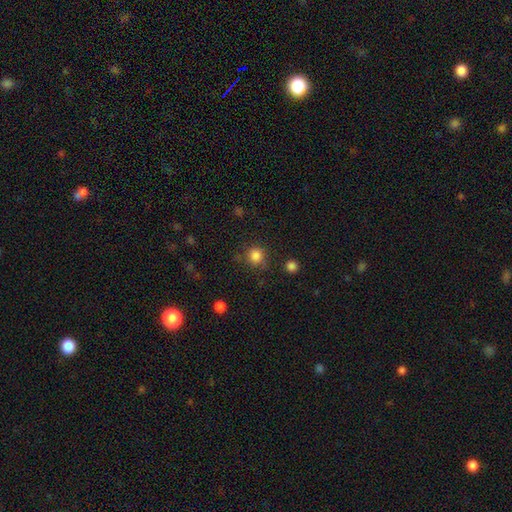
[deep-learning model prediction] smooth_or_featured: smooth (p=0.84) [alt: star or artifact p=0.12]
how_rounded: round (p=0.92) [alt: in between p=0.07]
merging: none (p=0.81) [alt: minor disturbance p=0.12]